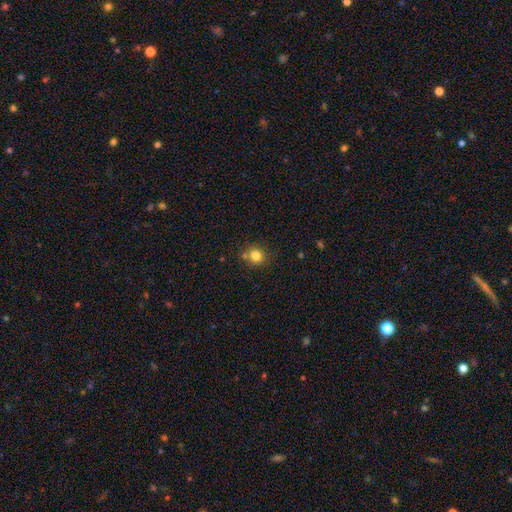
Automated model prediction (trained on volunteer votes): smooth_or_featured: smooth (p=0.81) [alt: star or artifact p=0.13]
how_rounded: round (p=0.85) [alt: in between p=0.14]
merging: none (p=0.75) [alt: merger p=0.12]